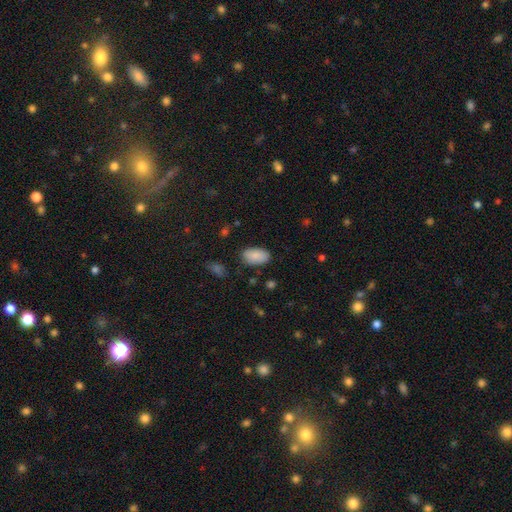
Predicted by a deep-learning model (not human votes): smooth-or-featured: smooth: 87% | star or artifact: 7% | featured or disk: 7%
  how-rounded: in between: 94% | round: 4% | cigar-shaped: 2%
  merging: none: 80% | minor disturbance: 15% | major disturbance: 3% | merger: 2%